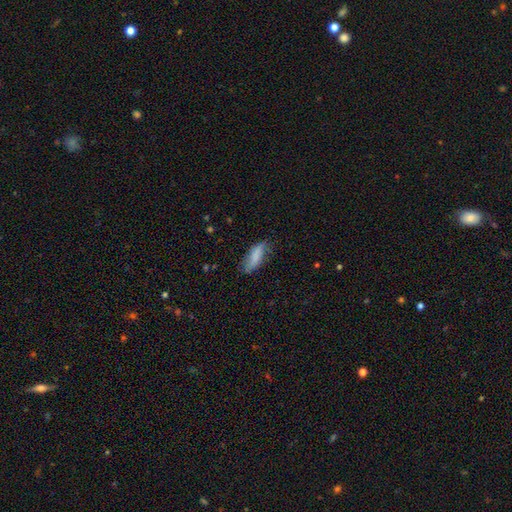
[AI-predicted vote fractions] Smooth or featured? Predicted: smooth (p=0.73). How rounded? Predicted: in between (p=0.69). Merging? Predicted: none (p=0.58).